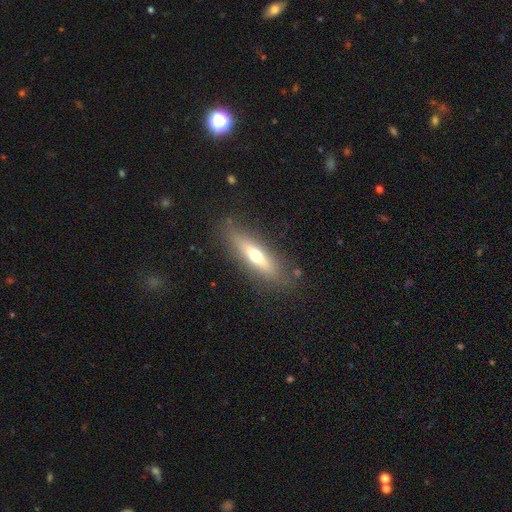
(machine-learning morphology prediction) Smooth or featured?
  - smooth: 47% *
  - featured or disk: 46%
  - star or artifact: 8%
Merging?
  - none: 83% *
  - minor disturbance: 11%
  - major disturbance: 4%
  - merger: 2%